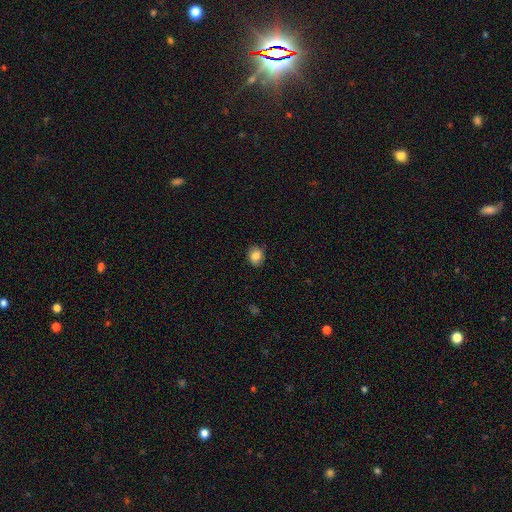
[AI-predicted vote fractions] This is clearly a smooth galaxy (84%). How rounded: likely round (64%). Merging: clearly none (83%).